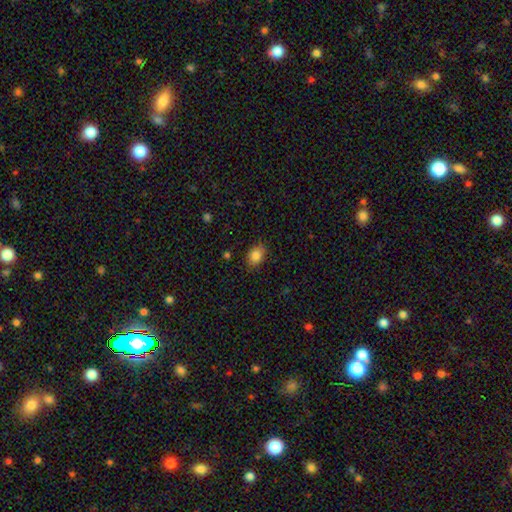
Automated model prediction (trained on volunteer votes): This is clearly a smooth galaxy (85%). How rounded: likely in between (74%). Merging: clearly none (83%).